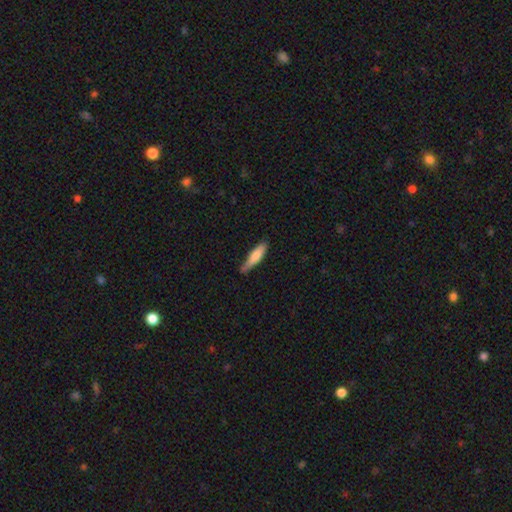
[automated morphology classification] Smooth or featured?
  - smooth: 74% *
  - featured or disk: 20%
  - star or artifact: 6%
How rounded?
  - cigar-shaped: 77% *
  - in between: 21%
  - round: 2%
Merging?
  - none: 69% *
  - minor disturbance: 25%
  - major disturbance: 4%
  - merger: 2%